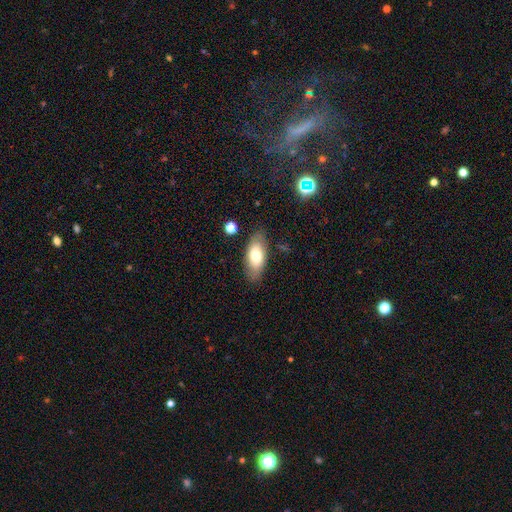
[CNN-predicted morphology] smooth-or-featured: smooth: 71% | featured or disk: 22% | star or artifact: 7%
  how-rounded: in between: 86% | cigar-shaped: 11% | round: 3%
  merging: none: 83% | minor disturbance: 12% | major disturbance: 3% | merger: 2%